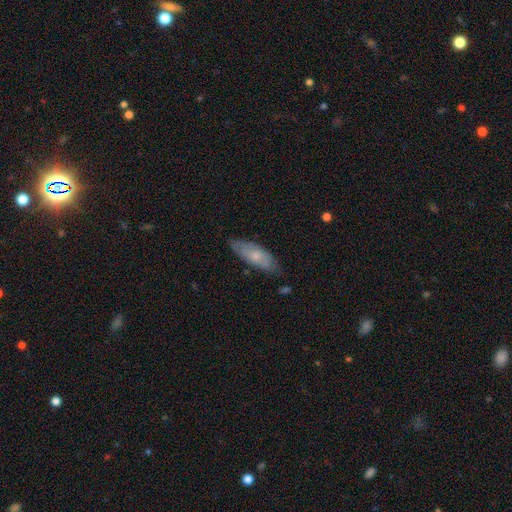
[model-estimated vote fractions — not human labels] smooth-or-featured: smooth: 60% | featured or disk: 34% | star or artifact: 6%
  how-rounded: in between: 64% | cigar-shaped: 34% | round: 2%
  merging: none: 73% | minor disturbance: 22% | major disturbance: 4% | merger: 2%